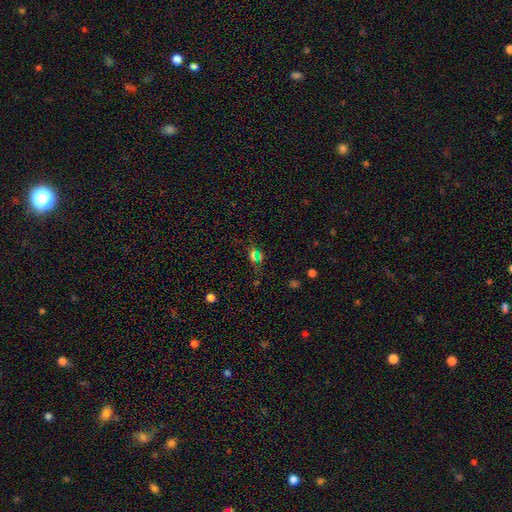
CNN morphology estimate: smooth_or_featured: star or artifact (p=0.48) [alt: smooth p=0.41]